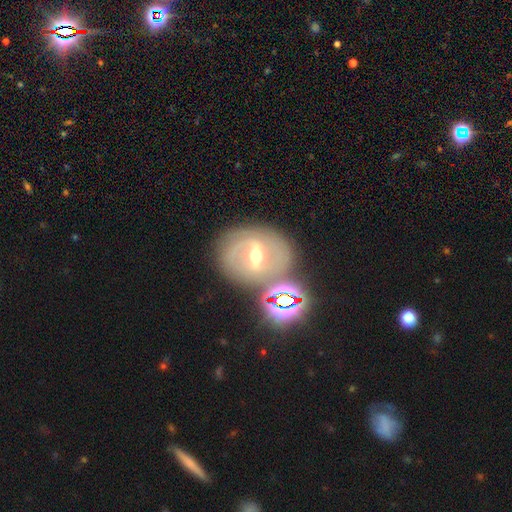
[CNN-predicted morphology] smooth_or_featured: featured or disk (p=0.68) [alt: smooth p=0.17]
disk_edge_on: no (p=0.96) [alt: yes p=0.04]
bar: weak (p=0.47) [alt: strong p=0.37]
has_spiral_arms: yes (p=0.81) [alt: no p=0.19]
spiral_winding: tight (p=0.45) [alt: medium p=0.39]
spiral_arm_count: 2 (p=0.59) [alt: can't tell p=0.25]
bulge_size: moderate (p=0.63) [alt: small p=0.31]
merging: none (p=0.70) [alt: minor disturbance p=0.14]